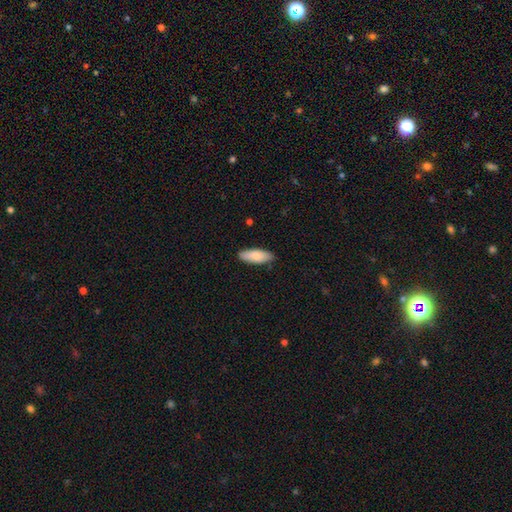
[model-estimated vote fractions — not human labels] This is clearly a smooth galaxy (86%). How rounded: likely in between (69%). Merging: clearly none (85%).